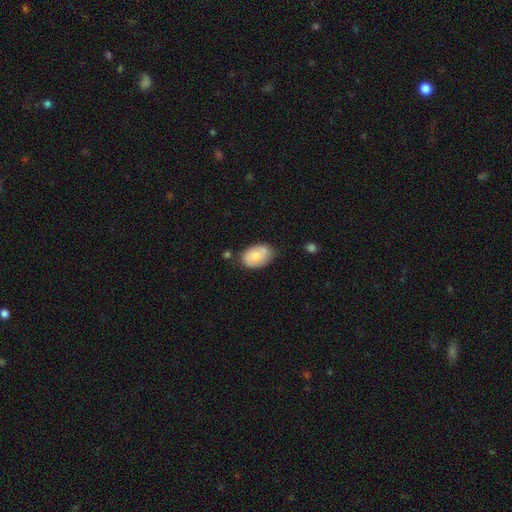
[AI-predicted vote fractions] Q: Smooth or featured?
A: smooth (48%); runner-up: featured or disk (45%)
Q: Merging?
A: none (73%); runner-up: minor disturbance (19%)